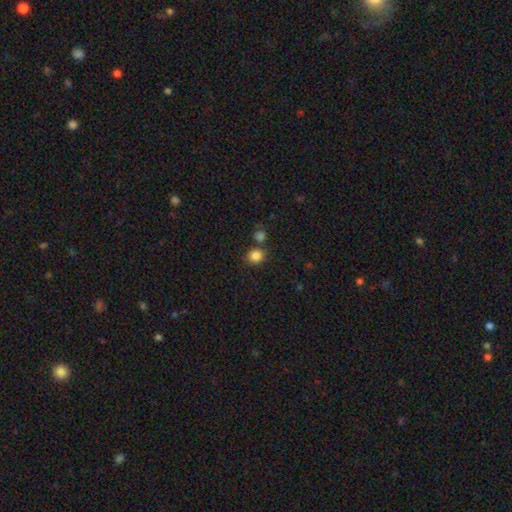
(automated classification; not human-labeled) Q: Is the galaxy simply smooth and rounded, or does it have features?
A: smooth — 84%.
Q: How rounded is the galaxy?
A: round — 84%.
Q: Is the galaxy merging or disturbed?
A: none — 71%.